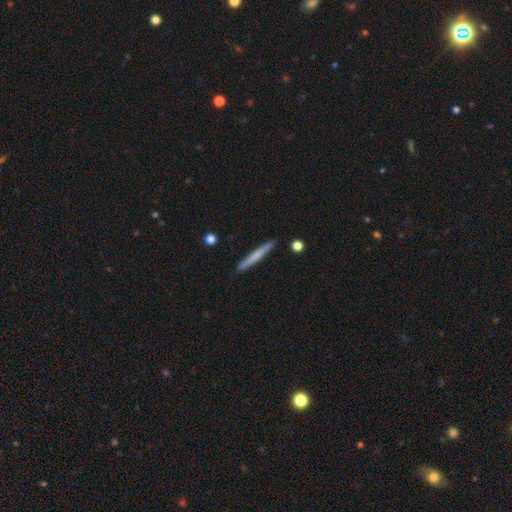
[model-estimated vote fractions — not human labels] Overall: smooth (58%; featured or disk 37%). How rounded: cigar-shaped (96%). Merging: none (89%).